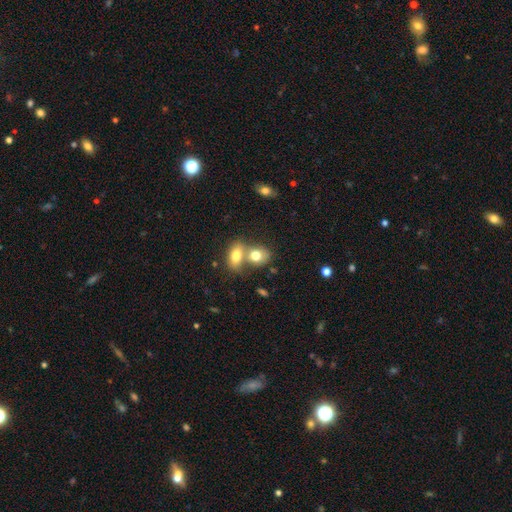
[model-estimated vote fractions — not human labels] A smooth galaxy with no disk features (77%) that is in between round and cigar-shaped (64%).

Vote fractions:
- Smooth or featured? smooth: 77% / featured or disk: 15% / star or artifact: 9%
- How rounded? in between: 64% / round: 34% / cigar-shaped: 2%
- Merging? merger: 60% / none: 29% / minor disturbance: 8% / major disturbance: 3%